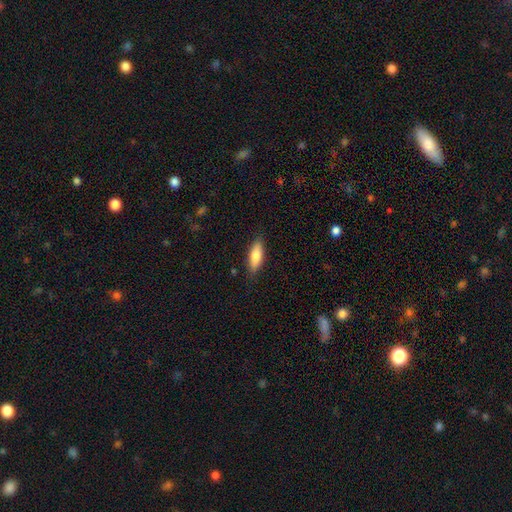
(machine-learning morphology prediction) Smooth or featured? smooth (78%)
How rounded? in between (63%)
Merging? none (85%)